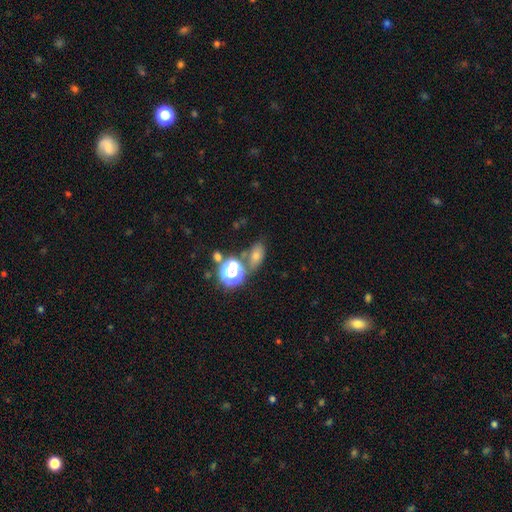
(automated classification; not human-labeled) A smooth galaxy with no disk features (58%) that is in between round and cigar-shaped (72%). Merging: none (70%).